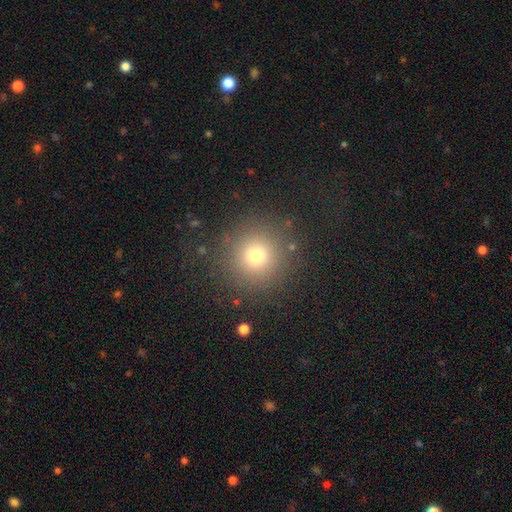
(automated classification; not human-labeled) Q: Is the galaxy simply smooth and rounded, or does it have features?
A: smooth — 72%.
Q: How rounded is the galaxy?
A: round — 95%.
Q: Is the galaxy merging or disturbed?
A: none — 87%.